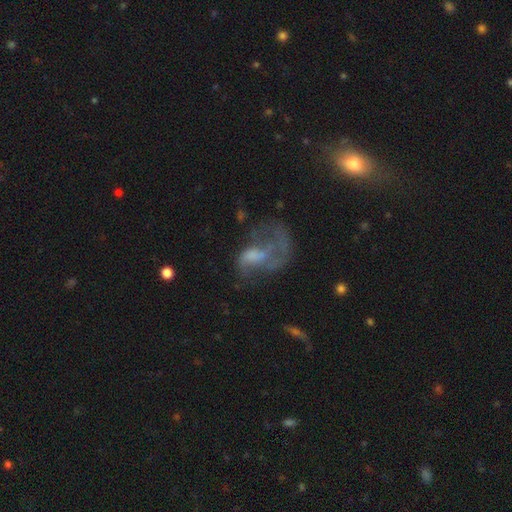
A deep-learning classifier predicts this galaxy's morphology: Smooth or featured: featured or disk — 61% (smooth — 27%)
Edge-on disk: no — 97% (yes — 3%)
Bar: no — 64% (weak — 30%)
Spiral arms: yes — 56% (no — 44%)
Bulge size: none — 42% (moderate — 25%)
Merging: major disturbance — 51% (none — 26%)